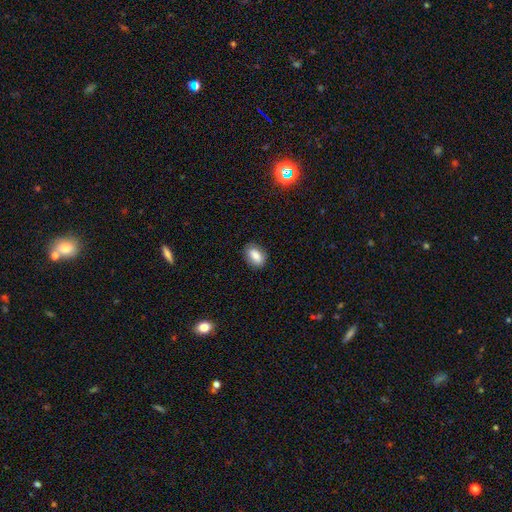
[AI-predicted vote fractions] Smooth or featured? Predicted: smooth (p=0.84). How rounded? Predicted: in between (p=0.85). Merging? Predicted: none (p=0.85).